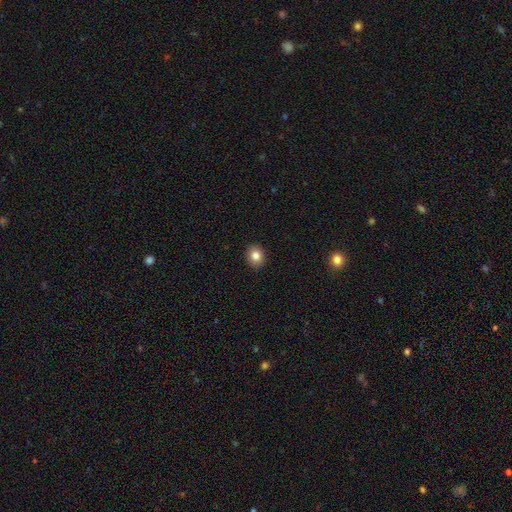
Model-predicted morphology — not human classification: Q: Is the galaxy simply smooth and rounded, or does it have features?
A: smooth — 83%.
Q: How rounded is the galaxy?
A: round — 65%.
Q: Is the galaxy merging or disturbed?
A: none — 91%.